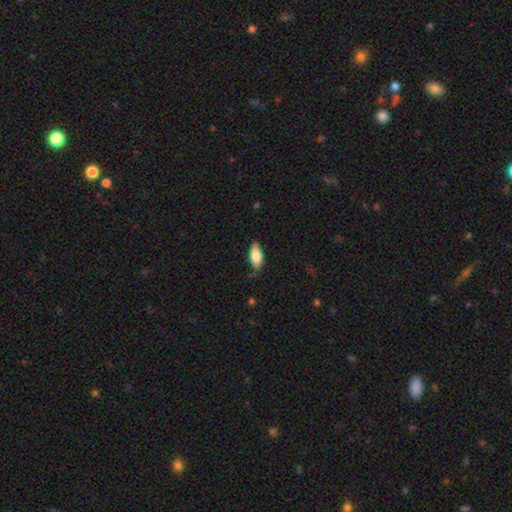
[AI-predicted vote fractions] This is clearly a smooth galaxy (80%). How rounded: clearly in between (85%). Merging: likely none (75%).